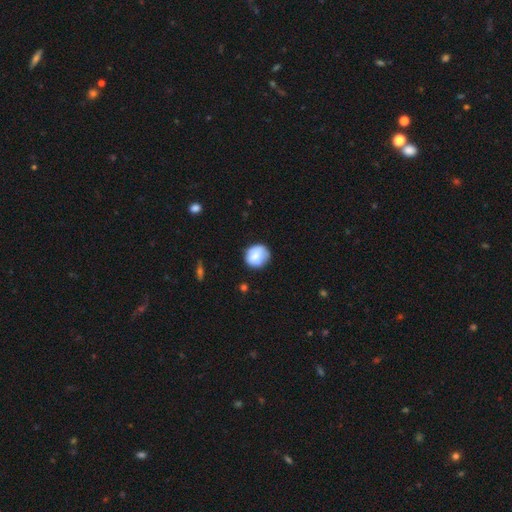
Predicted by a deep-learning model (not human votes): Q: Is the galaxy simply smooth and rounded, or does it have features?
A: smooth — 72%.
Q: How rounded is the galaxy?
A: round — 80%.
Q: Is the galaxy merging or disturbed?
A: none — 68%.